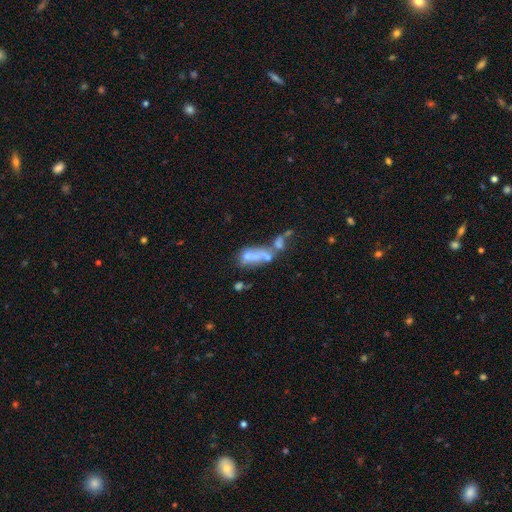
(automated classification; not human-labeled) The model was most divided on "smooth or featured": smooth: 46%, featured or disk: 38%, star or artifact: 16%. More confident: merging — merger (53%).